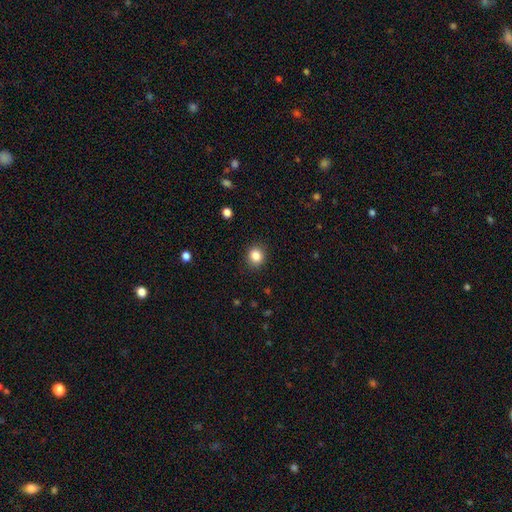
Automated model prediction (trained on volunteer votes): A smooth galaxy with no disk features (85%) that is round (78%). Merging: none (89%).